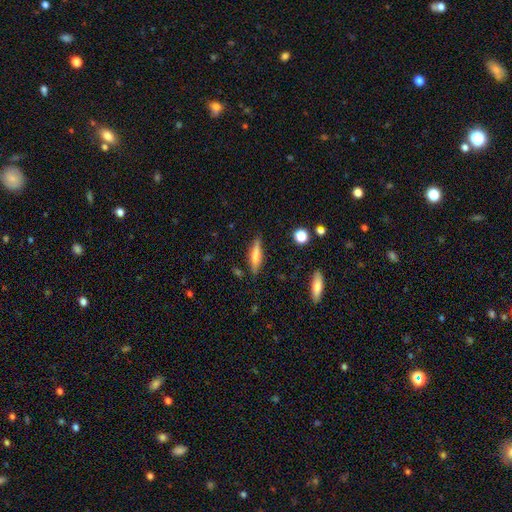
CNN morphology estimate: smooth-or-featured: smooth: 52% | featured or disk: 41% | star or artifact: 7%
  how-rounded: cigar-shaped: 75% | in between: 23% | round: 2%
  merging: none: 84% | minor disturbance: 11% | major disturbance: 3% | merger: 2%